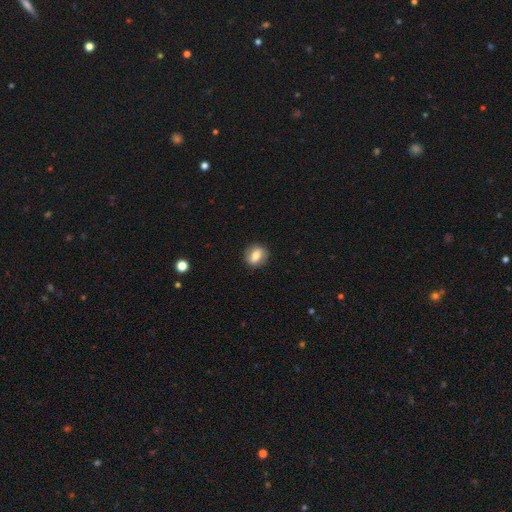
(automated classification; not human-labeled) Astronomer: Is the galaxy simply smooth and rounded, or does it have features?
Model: smooth — 66%.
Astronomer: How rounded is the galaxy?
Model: round — 64%.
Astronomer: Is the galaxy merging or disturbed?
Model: none — 87%.